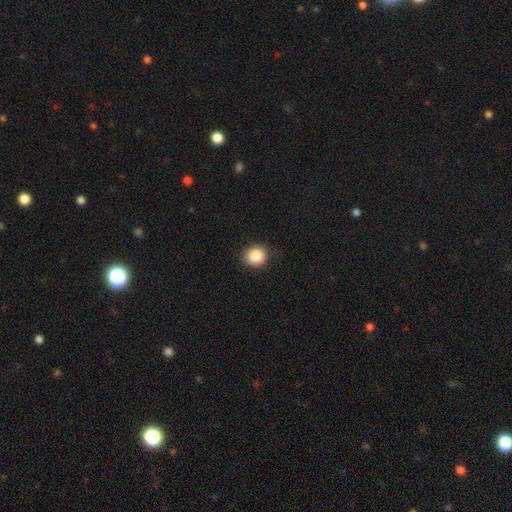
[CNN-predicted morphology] smooth-or-featured: smooth: 86% | star or artifact: 9% | featured or disk: 5%
  how-rounded: round: 81% | in between: 18% | cigar-shaped: 1%
  merging: none: 85% | minor disturbance: 11% | major disturbance: 2% | merger: 1%